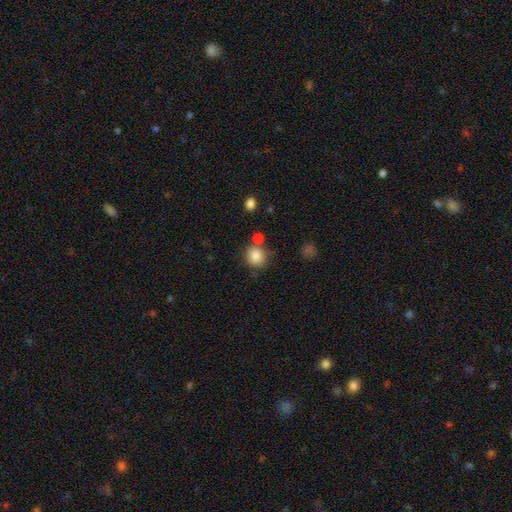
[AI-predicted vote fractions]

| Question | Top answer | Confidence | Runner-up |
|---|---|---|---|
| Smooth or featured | smooth | 84% | star or artifact (10%) |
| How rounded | round | 86% | in between (13%) |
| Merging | none | 70% | merger (15%) |